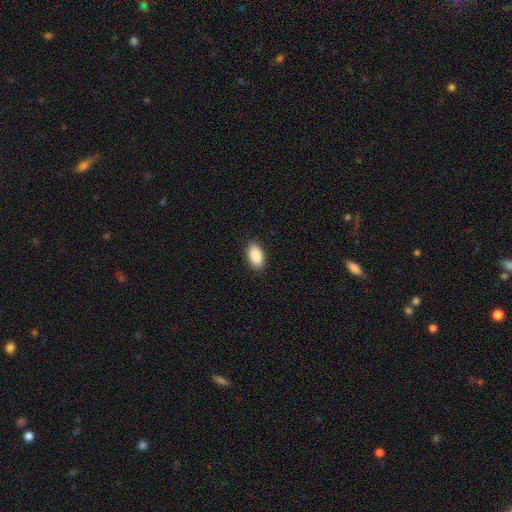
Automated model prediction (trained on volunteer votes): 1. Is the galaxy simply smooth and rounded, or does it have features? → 90% smooth, 6% star or artifact, 3% featured or disk.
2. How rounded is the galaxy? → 94% in between, 4% round, 2% cigar-shaped.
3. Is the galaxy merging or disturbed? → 89% none, 8% minor disturbance, 2% major disturbance, 1% merger.